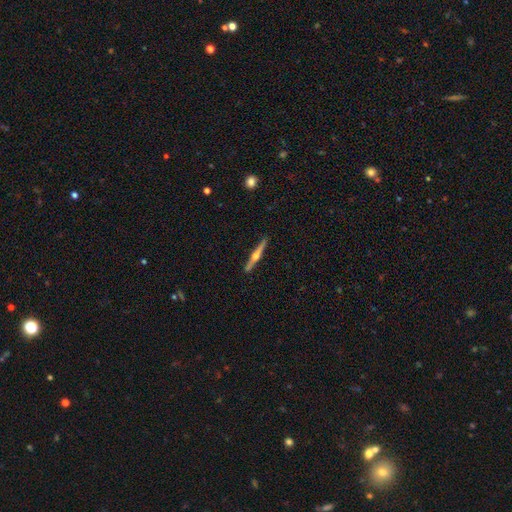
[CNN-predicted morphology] A featured or disk galaxy (76%) viewed edge-on (98%) with a rounded central bulge (94%). Merging: none (91%).